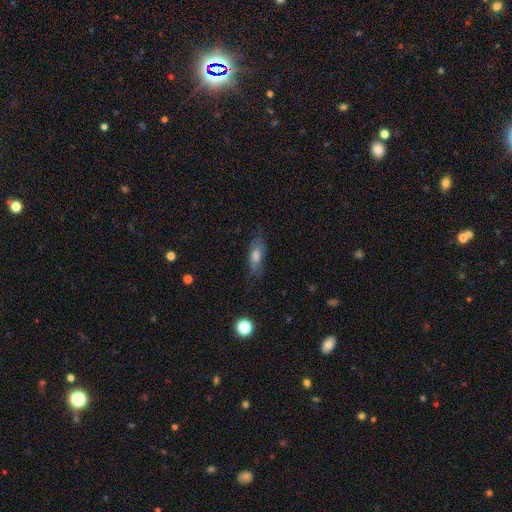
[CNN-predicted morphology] This is likely a smooth galaxy (61%). How rounded: likely in between (63%). Merging: likely none (73%).